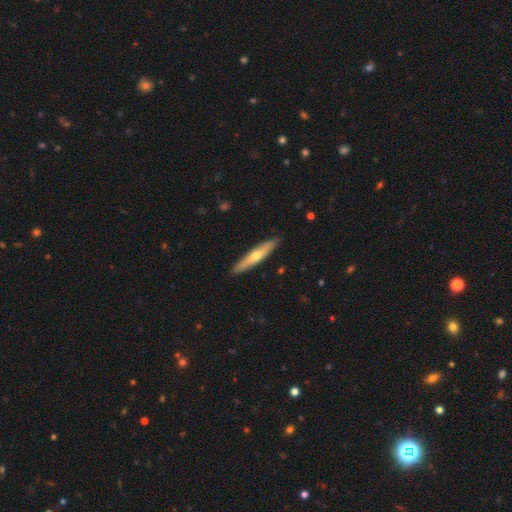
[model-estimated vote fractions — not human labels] This is possibly a featured or disk galaxy (48%). Merging: clearly none (90%).